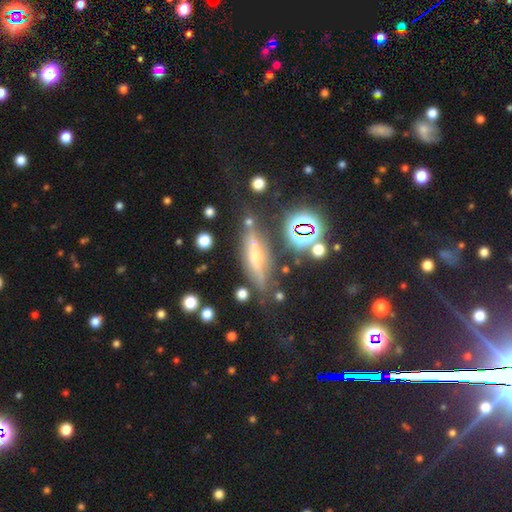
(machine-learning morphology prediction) This is possibly a featured or disk galaxy (55%). It is clearly viewed edge-on (85%). Merging: likely none (73%).